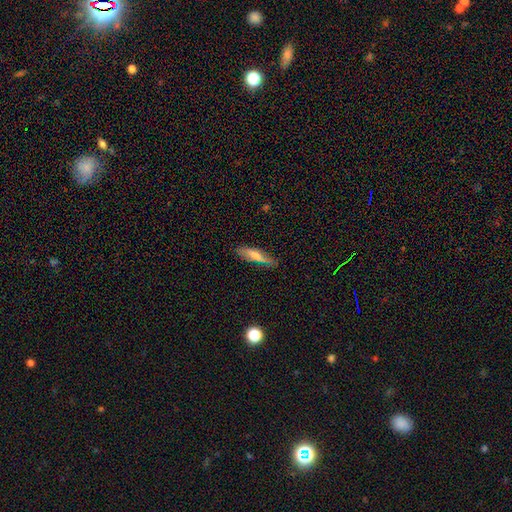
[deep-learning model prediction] Morphology: type=smooth (64%); roundness=cigar-shaped (69%); merging=none (77%).